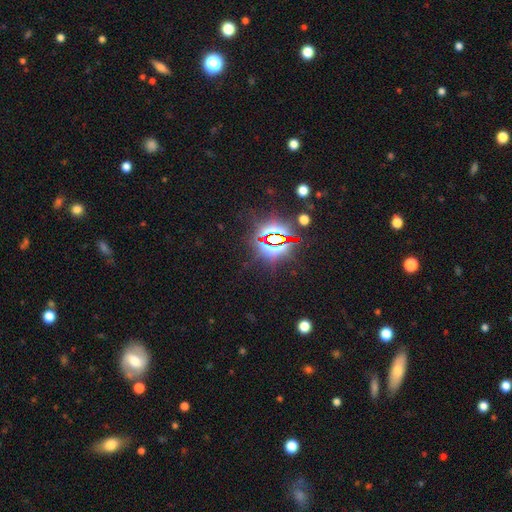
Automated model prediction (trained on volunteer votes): Morphology: type=star or artifact (81%).